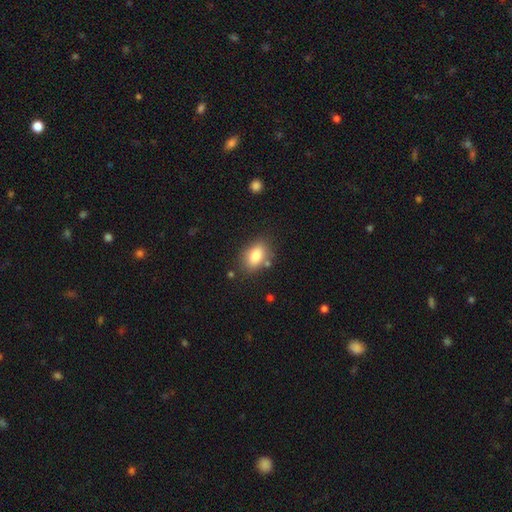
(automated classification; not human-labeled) Smooth or featured? Predicted: smooth (p=0.83). How rounded? Predicted: in between (p=0.85). Merging? Predicted: none (p=0.76).